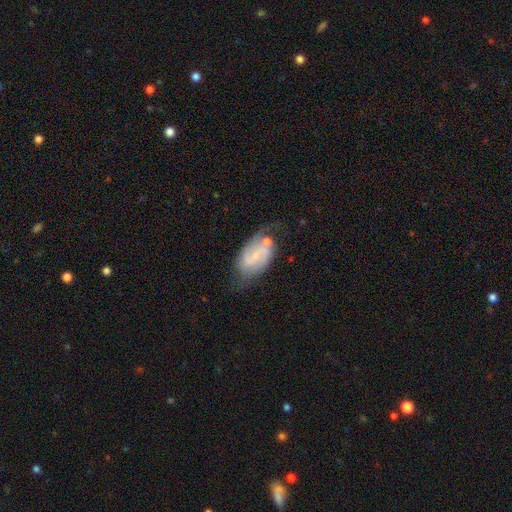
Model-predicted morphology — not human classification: smooth_or_featured: featured or disk (p=0.75) [alt: smooth p=0.19]
disk_edge_on: no (p=0.96) [alt: yes p=0.04]
bar: weak (p=0.52) [alt: no p=0.31]
has_spiral_arms: yes (p=0.91) [alt: no p=0.09]
spiral_winding: medium (p=0.46) [alt: loose p=0.33]
spiral_arm_count: 2 (p=0.84) [alt: can't tell p=0.09]
bulge_size: small (p=0.68) [alt: moderate p=0.21]
merging: none (p=0.49) [alt: minor disturbance p=0.25]